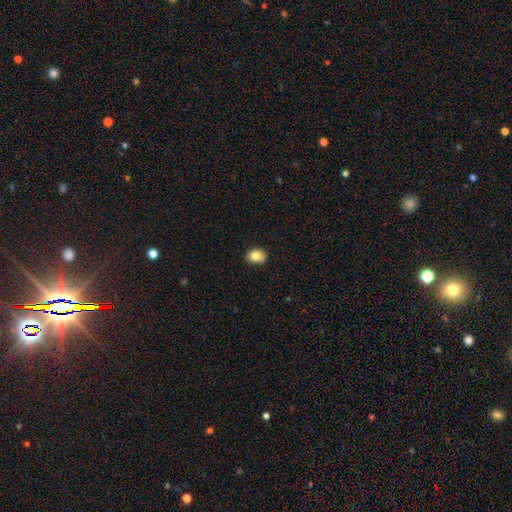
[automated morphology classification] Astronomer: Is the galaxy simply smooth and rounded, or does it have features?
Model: smooth — 82%.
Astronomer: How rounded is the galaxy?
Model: round — 50% (runner-up: in between, 49%).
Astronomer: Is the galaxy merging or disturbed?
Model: none — 73%.